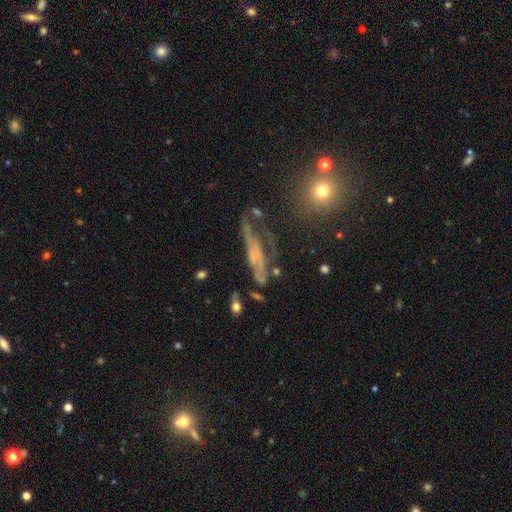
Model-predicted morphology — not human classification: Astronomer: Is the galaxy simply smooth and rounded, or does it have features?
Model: featured or disk — 61%.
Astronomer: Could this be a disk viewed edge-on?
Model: no — 62% (runner-up: yes, 38%).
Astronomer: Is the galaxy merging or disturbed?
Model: none — 40% (runner-up: major disturbance, 26%).